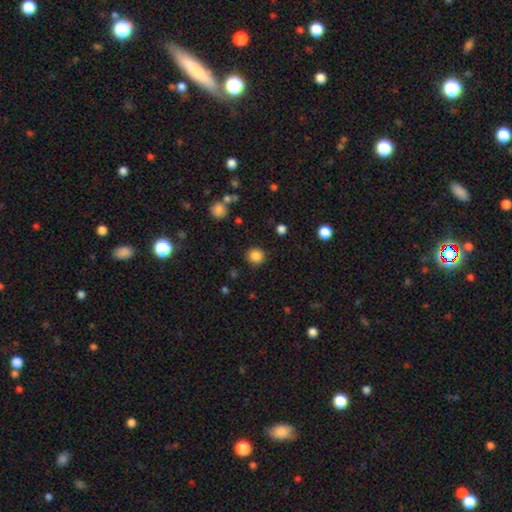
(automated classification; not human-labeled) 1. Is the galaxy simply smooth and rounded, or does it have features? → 85% smooth, 11% star or artifact, 4% featured or disk.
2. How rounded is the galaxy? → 92% round, 7% in between, 1% cigar-shaped.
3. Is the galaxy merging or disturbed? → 87% none, 8% minor disturbance, 3% major disturbance, 2% merger.